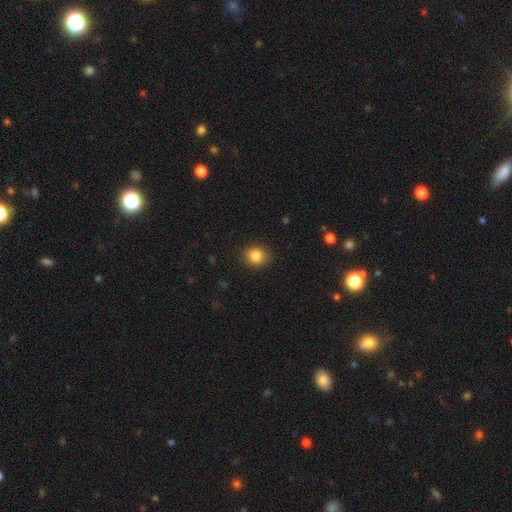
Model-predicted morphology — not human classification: type=smooth (85%); roundness=round (79%); merging=none (90%).